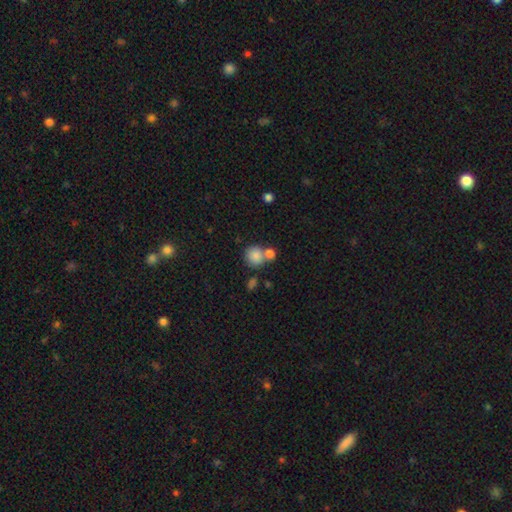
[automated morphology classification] smooth_or_featured: smooth (p=0.83) [alt: star or artifact p=0.09]
how_rounded: round (p=0.85) [alt: in between p=0.14]
merging: none (p=0.52) [alt: merger p=0.34]